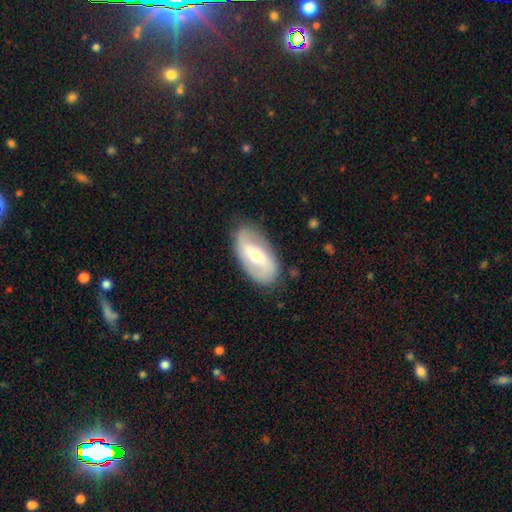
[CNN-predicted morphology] Smooth or featured?
  - featured or disk: 69% *
  - smooth: 25%
  - star or artifact: 6%
Edge-on disk?
  - no: 93% *
  - yes: 7%
Bar?
  - weak: 40% *
  - strong: 32%
  - no: 29%
Spiral arms?
  - yes: 79% *
  - no: 21%
Spiral winding?
  - loose: 44% *
  - medium: 34%
  - tight: 21%
Spiral arm count?
  - 2: 84% *
  - can't tell: 10%
  - 1: 3%
  - 3: 1%
  - 4: 1%
  - more than 4: 1%
Bulge size?
  - moderate: 59% *
  - small: 35%
  - large: 4%
  - none: 1%
  - dominant: 1%
Merging?
  - none: 81% *
  - minor disturbance: 14%
  - major disturbance: 4%
  - merger: 1%